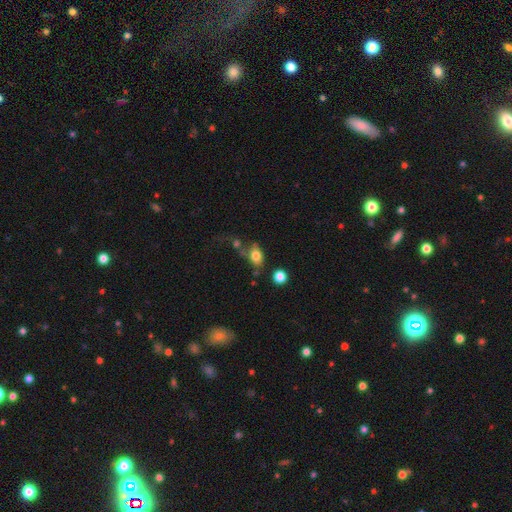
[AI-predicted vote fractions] smooth-or-featured: smooth: 74% | featured or disk: 14% | star or artifact: 11%
  how-rounded: in between: 71% | round: 26% | cigar-shaped: 3%
  merging: none: 44% | minor disturbance: 21% | merger: 20% | major disturbance: 16%